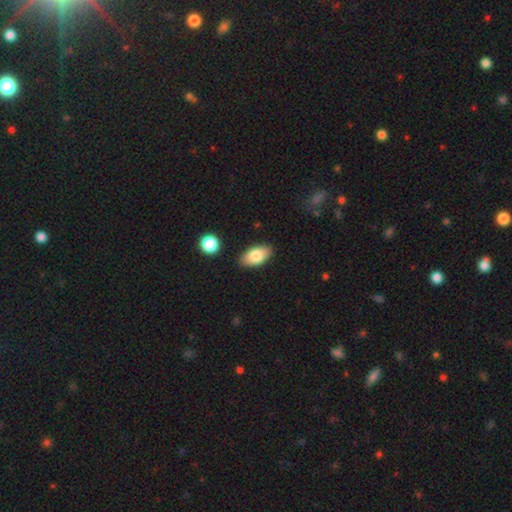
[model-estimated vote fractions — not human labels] Morphology: type=smooth (80%); roundness=in between (93%); merging=none (84%).